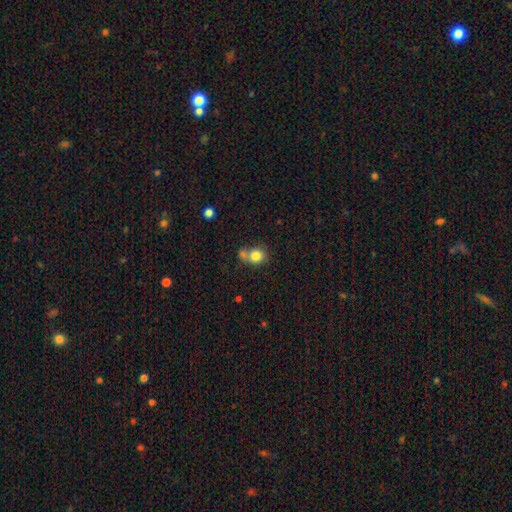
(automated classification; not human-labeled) smooth-or-featured: smooth: 82% | star or artifact: 10% | featured or disk: 8%
  how-rounded: round: 78% | in between: 21% | cigar-shaped: 1%
  merging: none: 45% | merger: 39% | minor disturbance: 11% | major disturbance: 5%